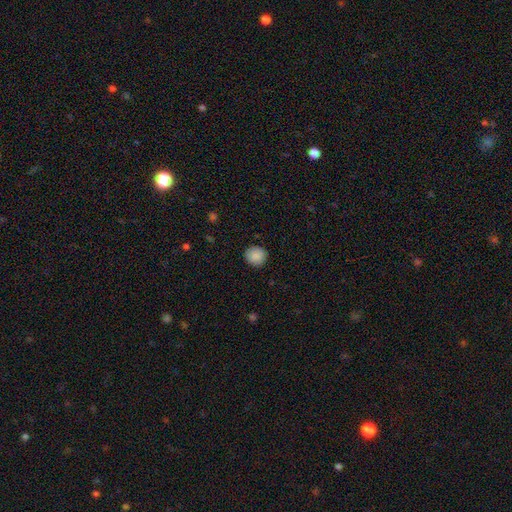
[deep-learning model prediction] smooth-or-featured: smooth: 88% | star or artifact: 8% | featured or disk: 4%
  how-rounded: round: 91% | in between: 8% | cigar-shaped: 1%
  merging: none: 89% | minor disturbance: 8% | major disturbance: 2% | merger: 1%